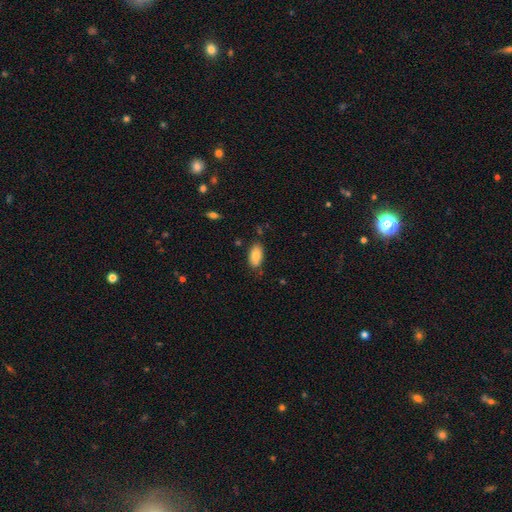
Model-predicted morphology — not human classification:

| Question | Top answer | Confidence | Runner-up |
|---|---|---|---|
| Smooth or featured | smooth | 82% | featured or disk (10%) |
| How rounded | in between | 93% | cigar-shaped (4%) |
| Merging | none | 76% | minor disturbance (17%) |